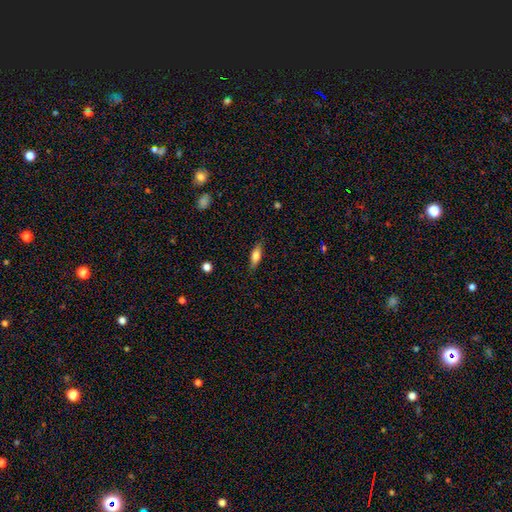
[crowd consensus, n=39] Volunteers were most divided on "how rounded": in between: 67%, cigar-shaped: 33%, round: 0%. More confident: merging — none (82%); smooth or featured — smooth (69%).